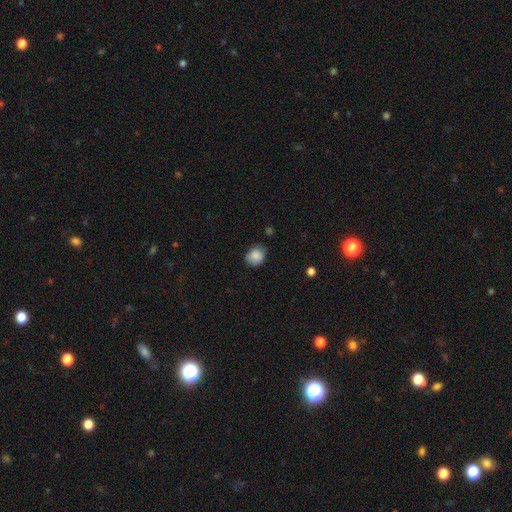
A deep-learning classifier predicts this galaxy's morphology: smooth-or-featured: smooth: 86% | star or artifact: 8% | featured or disk: 6%
  how-rounded: round: 63% | in between: 36% | cigar-shaped: 1%
  merging: none: 70% | minor disturbance: 23% | major disturbance: 4% | merger: 2%